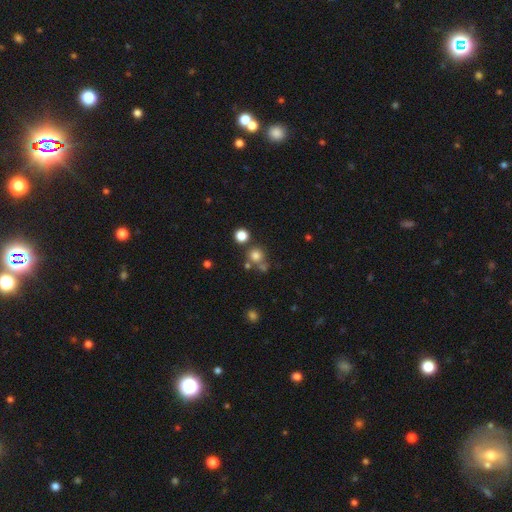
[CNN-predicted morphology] smooth 74%, star or artifact 17%, featured or disk 8%. Down the decision tree: how rounded — round (92%); merging — none (67%).